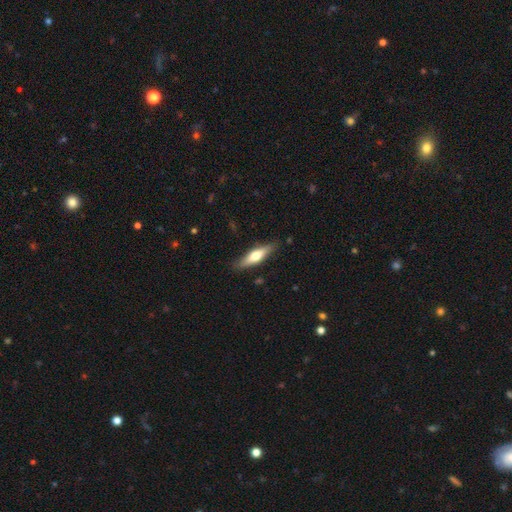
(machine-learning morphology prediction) Smooth or featured? Predicted: smooth (p=0.54). How rounded? Predicted: cigar-shaped (p=0.66). Merging? Predicted: none (p=0.85).